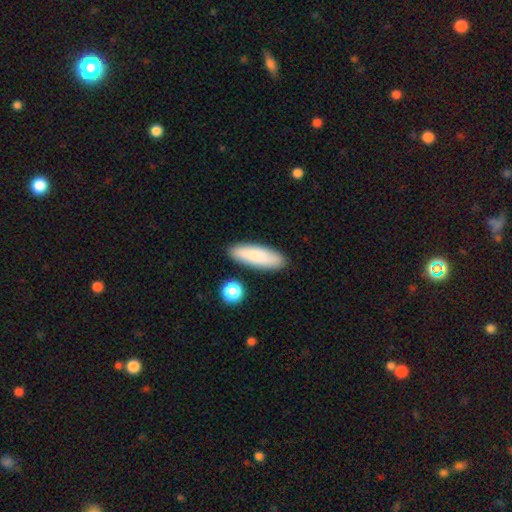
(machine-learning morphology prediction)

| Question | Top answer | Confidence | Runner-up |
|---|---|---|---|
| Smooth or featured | smooth | 83% | featured or disk (11%) |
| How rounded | in between | 49% | tied: cigar-shaped (49%) |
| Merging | none | 86% | minor disturbance (9%) |